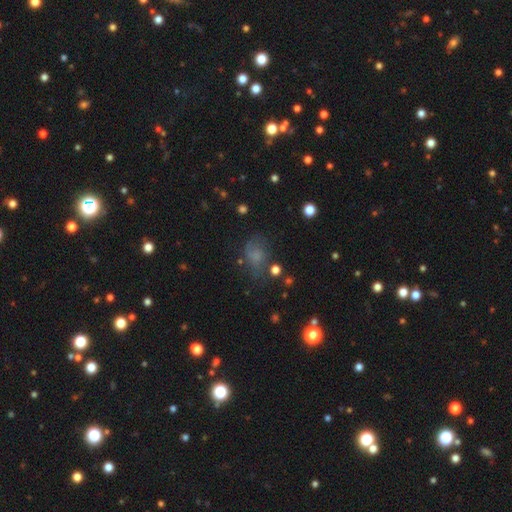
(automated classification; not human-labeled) This appears to be a smooth galaxy with no disk features (58%) that is in between round and cigar-shaped (64%). Merging: none (48%).